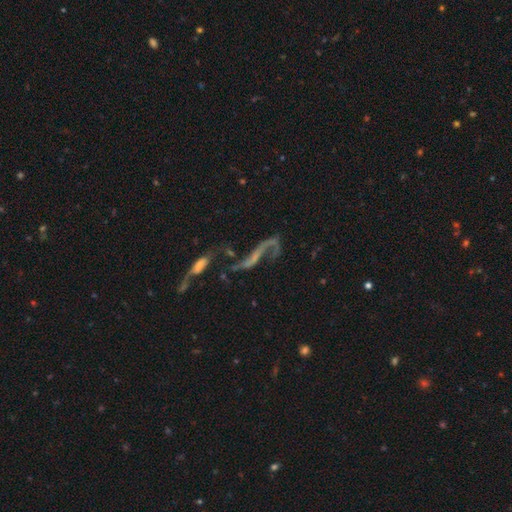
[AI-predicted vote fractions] This is likely a featured or disk galaxy (69%). It is clearly not viewed edge-on (83%). Bar: possibly no (56%). Spiral arm pattern: likely yes (70%). Central bulge: possibly none (56%). Merging: marginally merger (34%).